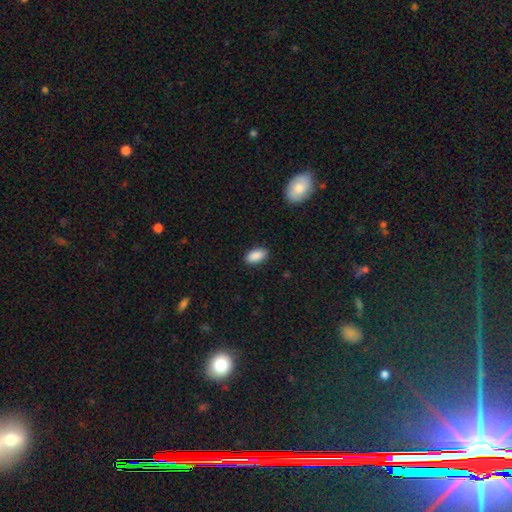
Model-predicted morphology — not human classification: Q: Smooth or featured?
A: smooth (89%); runner-up: star or artifact (7%)
Q: How rounded?
A: in between (93%); runner-up: cigar-shaped (4%)
Q: Merging?
A: none (88%); runner-up: minor disturbance (9%)